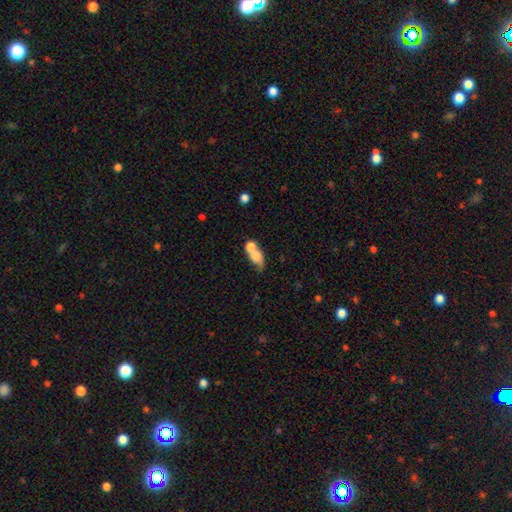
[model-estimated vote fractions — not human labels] smooth 71%, featured or disk 20%, star or artifact 9%. Down the decision tree: how rounded — in between (64%); merging — merger (59%).